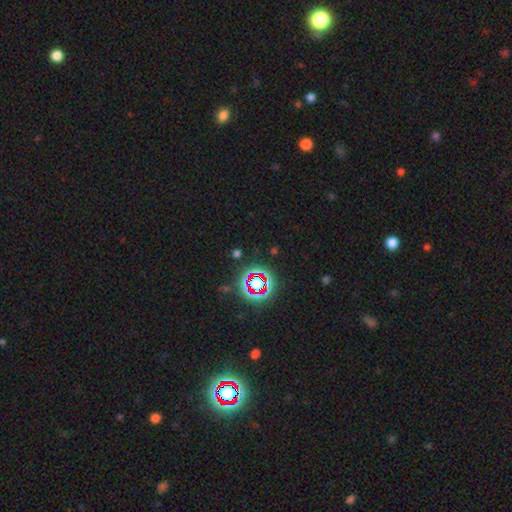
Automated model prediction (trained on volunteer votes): Smooth or featured?
  - star or artifact: 77% *
  - smooth: 14%
  - featured or disk: 9%